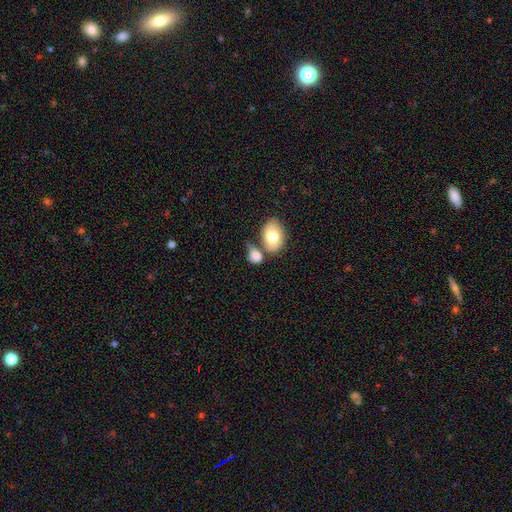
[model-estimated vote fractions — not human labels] smooth_or_featured: smooth (p=0.79) [alt: featured or disk p=0.14]
how_rounded: in between (p=0.71) [alt: round p=0.27]
merging: none (p=0.39) [alt: merger p=0.35]